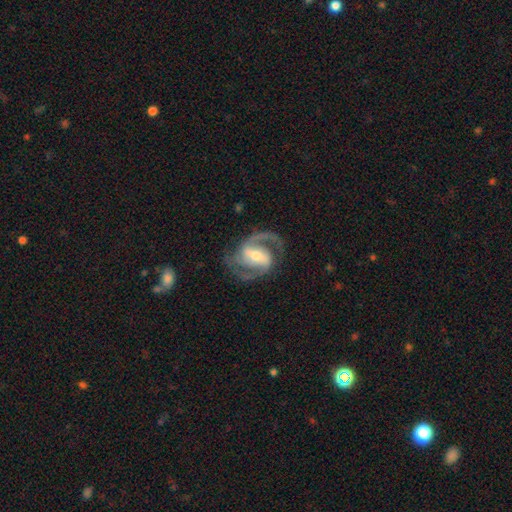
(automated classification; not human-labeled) Smooth or featured? featured or disk (92%)
Edge-on disk? no (98%)
Bar? strong (50%)
Spiral arms? yes (98%)
Spiral winding? medium (61%)
Spiral arm count? 2 (84%)
Bulge size? moderate (54%)
Merging? none (78%)